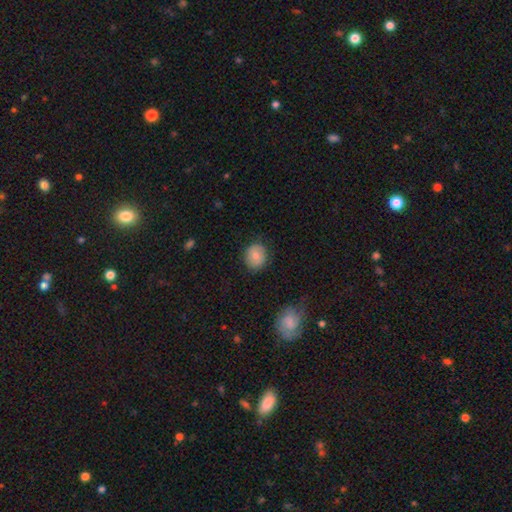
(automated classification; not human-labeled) smooth_or_featured: smooth (p=0.78) [alt: featured or disk p=0.13]
how_rounded: round (p=0.76) [alt: in between p=0.24]
merging: none (p=0.83) [alt: minor disturbance p=0.13]